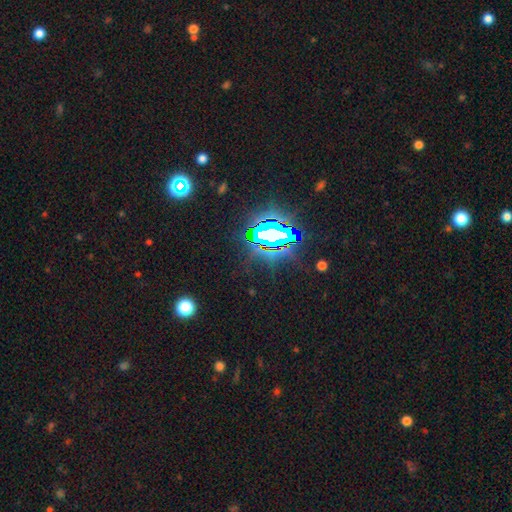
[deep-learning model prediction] A star or artifact, not a galaxy (78%).